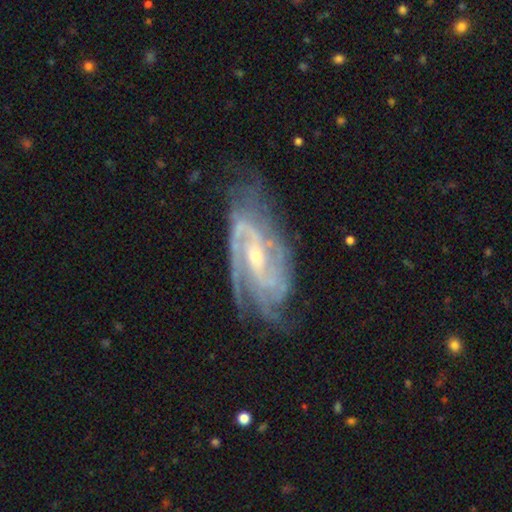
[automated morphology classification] smooth-or-featured: featured or disk: 90% | star or artifact: 6% | smooth: 4%
  disk-edge-on: no: 95% | yes: 5%
    bar: weak: 41% | no: 35% | strong: 24%
    has-spiral-arms: yes: 98% | no: 2%
      spiral-winding: tight: 52% | medium: 39% | loose: 9%
      spiral-arm-count: 2: 35% | 3: 23% | can't tell: 18% | 4: 12% | more than 4: 6% | 1: 6%
    bulge-size: small: 65% | moderate: 31% | none: 2% | large: 1% | dominant: 1%
  merging: none: 68% | minor disturbance: 21% | major disturbance: 9% | merger: 2%